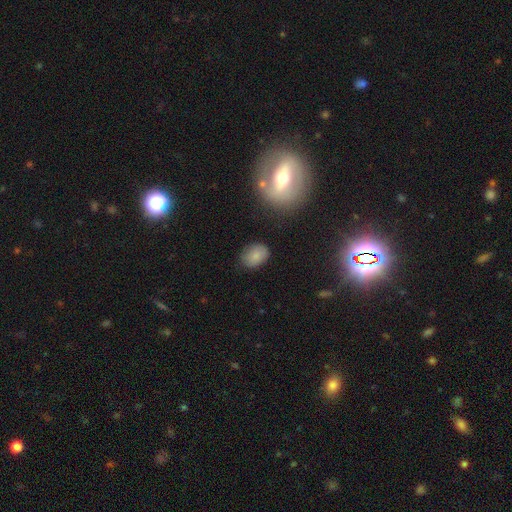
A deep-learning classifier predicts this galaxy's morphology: type=smooth (81%); roundness=in between (73%); merging=none (79%).